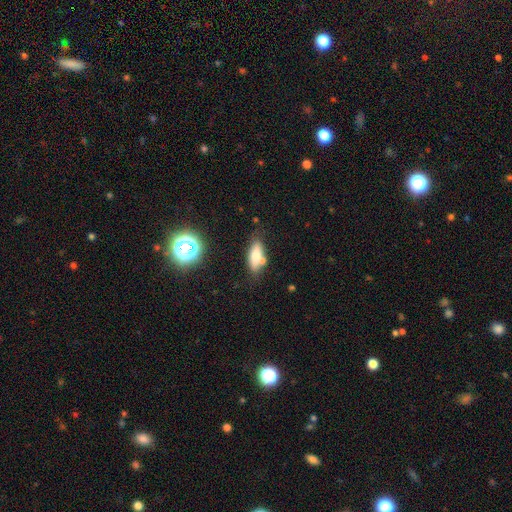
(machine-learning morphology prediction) Smooth or featured? smooth (65%)
How rounded? in between (67%)
Merging? none (59%)